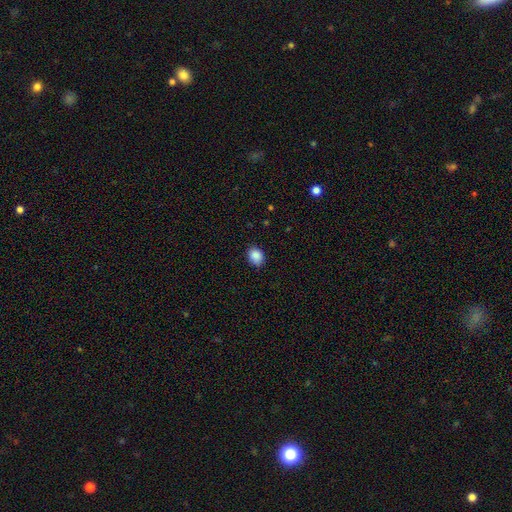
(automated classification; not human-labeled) Smooth or featured?
  - smooth: 88% *
  - star or artifact: 8%
  - featured or disk: 4%
How rounded?
  - in between: 55% *
  - round: 44%
  - cigar-shaped: 1%
Merging?
  - none: 84% *
  - minor disturbance: 12%
  - major disturbance: 2%
  - merger: 1%